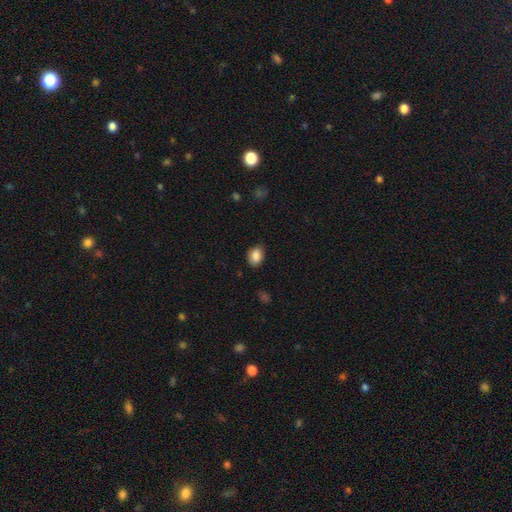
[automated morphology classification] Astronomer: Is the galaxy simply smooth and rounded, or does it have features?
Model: smooth — 87%.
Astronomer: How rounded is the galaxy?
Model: in between — 71%.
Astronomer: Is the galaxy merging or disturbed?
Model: none — 81%.